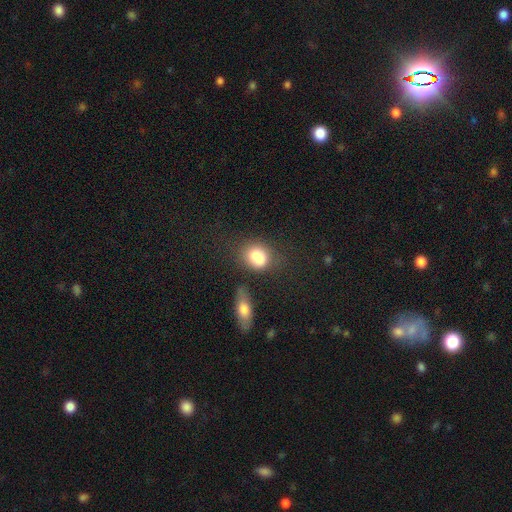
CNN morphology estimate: A smooth galaxy with no disk features (79%) that is in between round and cigar-shaped (63%).

Vote fractions:
- Smooth or featured? smooth: 79% / featured or disk: 11% / star or artifact: 10%
- How rounded? in between: 63% / round: 35% / cigar-shaped: 2%
- Merging? none: 48% / merger: 25% / minor disturbance: 19% / major disturbance: 9%